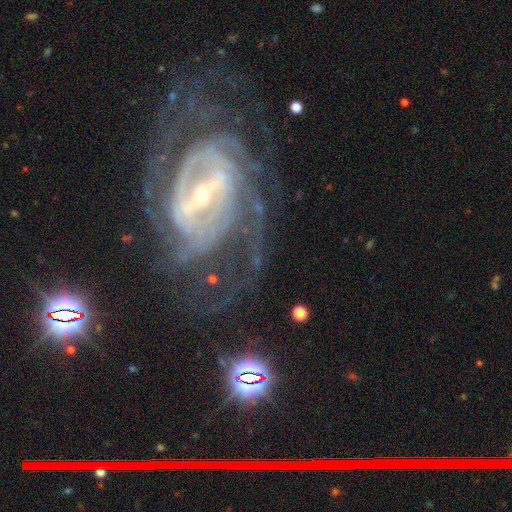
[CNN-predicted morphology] smooth-or-featured: featured or disk: 89% | star or artifact: 7% | smooth: 4%
  disk-edge-on: no: 96% | yes: 4%
    bar: strong: 63% | weak: 28% | no: 9%
    has-spiral-arms: yes: 96% | no: 4%
      spiral-winding: tight: 50% | medium: 39% | loose: 11%
      spiral-arm-count: 2: 39% | can't tell: 22% | 3: 15% | 4: 11% | more than 4: 7% | 1: 6%
    bulge-size: small: 71% | moderate: 24% | large: 2% | none: 1% | dominant: 1%
  merging: none: 64% | major disturbance: 17% | minor disturbance: 16% | merger: 2%